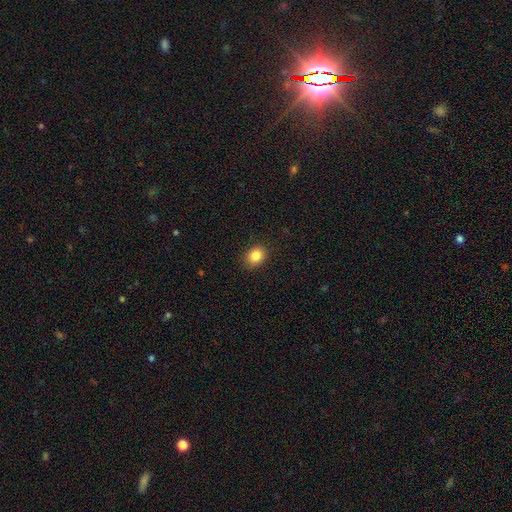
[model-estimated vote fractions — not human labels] Q: Smooth or featured?
A: smooth (85%); runner-up: star or artifact (10%)
Q: How rounded?
A: round (54%); runner-up: in between (45%)
Q: Merging?
A: none (88%); runner-up: minor disturbance (9%)